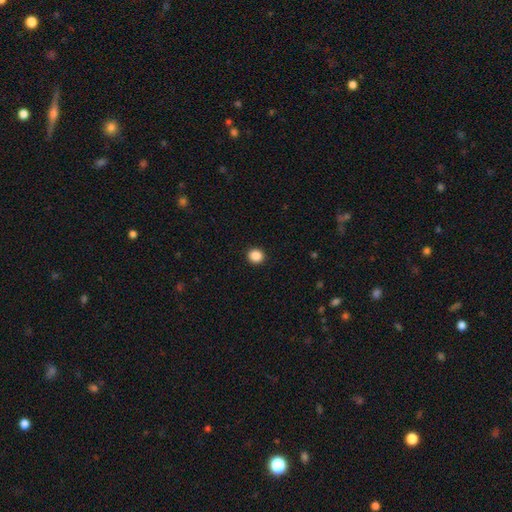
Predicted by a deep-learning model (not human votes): Overall: smooth (88%). How rounded: round (90%). Merging: none (93%).